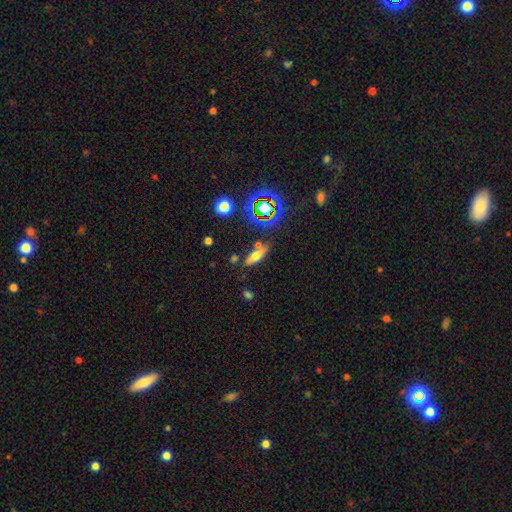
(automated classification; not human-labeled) smooth_or_featured: smooth (p=0.52) [alt: featured or disk p=0.31]
how_rounded: cigar-shaped (p=0.47) [tied with: in between p=0.47]
merging: none (p=0.73) [alt: minor disturbance p=0.14]